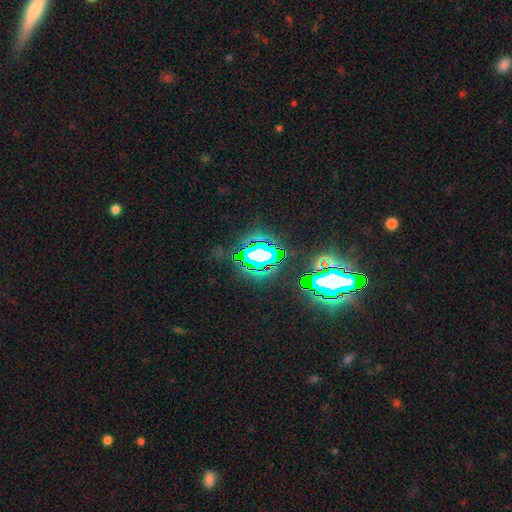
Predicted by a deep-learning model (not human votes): Smooth or featured: star or artifact — 70% (smooth — 16%)